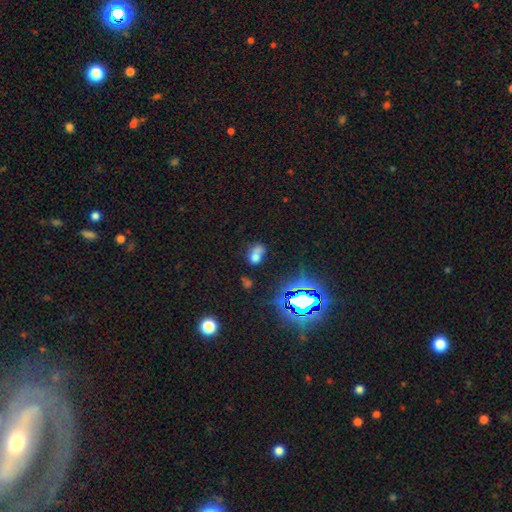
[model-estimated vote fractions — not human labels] Smooth or featured? Predicted: smooth (p=0.60). How rounded? Predicted: in between (p=0.74). Merging? Predicted: none (p=0.35).